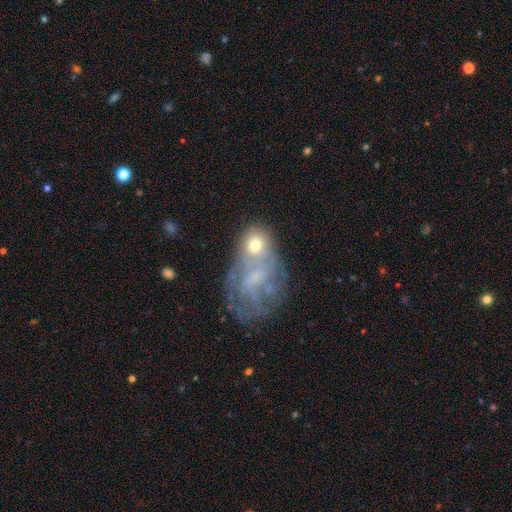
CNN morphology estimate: Smooth or featured?
  - featured or disk: 58% *
  - smooth: 27%
  - star or artifact: 15%
Edge-on disk?
  - no: 96% *
  - yes: 4%
Bar?
  - no: 70% *
  - weak: 23%
  - strong: 7%
Spiral arms?
  - no: 55% *
  - yes: 45%
Bulge size?
  - small: 45% *
  - none: 28%
  - moderate: 23%
  - large: 3%
  - dominant: 2%
Merging?
  - none: 35% *
  - merger: 30%
  - major disturbance: 18%
  - minor disturbance: 17%